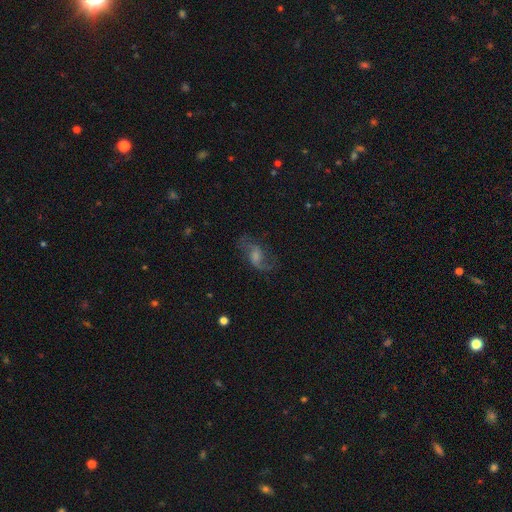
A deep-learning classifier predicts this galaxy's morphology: featured or disk 68%, smooth 21%, star or artifact 11%. Down the decision tree: edge-on disk — no (95%); bar — weak (47%); spiral arms — yes (89%); spiral arm count — 2 (83%); spiral winding — loose (60%); bulge size — small (33%); merging — none (64%).